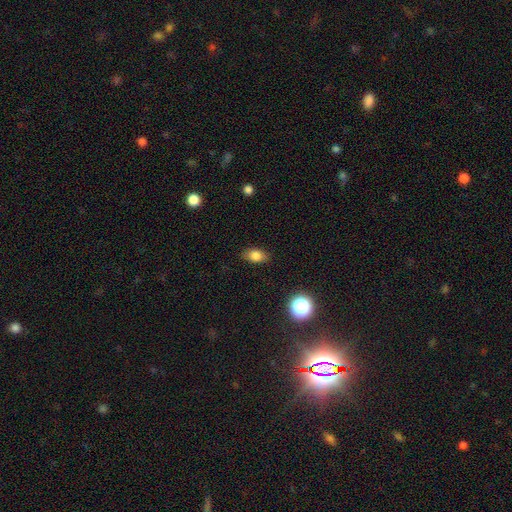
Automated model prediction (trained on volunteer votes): Smooth or featured?
  - smooth: 80% *
  - star or artifact: 11%
  - featured or disk: 9%
How rounded?
  - in between: 84% *
  - round: 13%
  - cigar-shaped: 3%
Merging?
  - none: 86% *
  - minor disturbance: 11%
  - major disturbance: 3%
  - merger: 1%